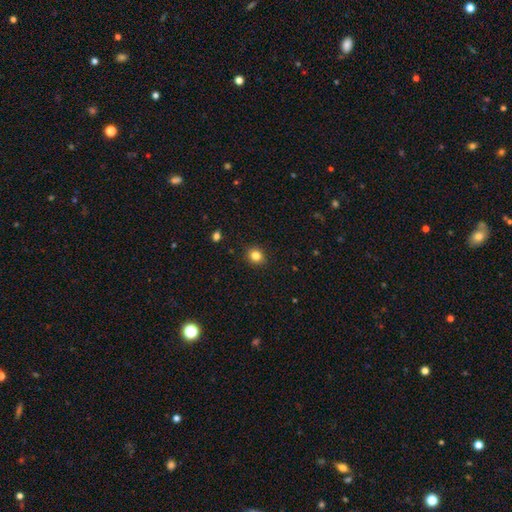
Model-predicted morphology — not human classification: This is clearly a smooth galaxy (83%). How rounded: likely round (80%). Merging: clearly none (91%).